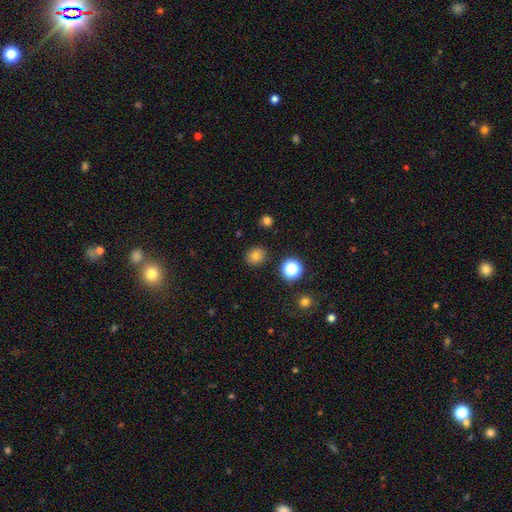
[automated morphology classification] smooth_or_featured: smooth (p=0.78) [alt: star or artifact p=0.15]
how_rounded: round (p=0.73) [alt: in between p=0.27]
merging: none (p=0.88) [alt: minor disturbance p=0.08]